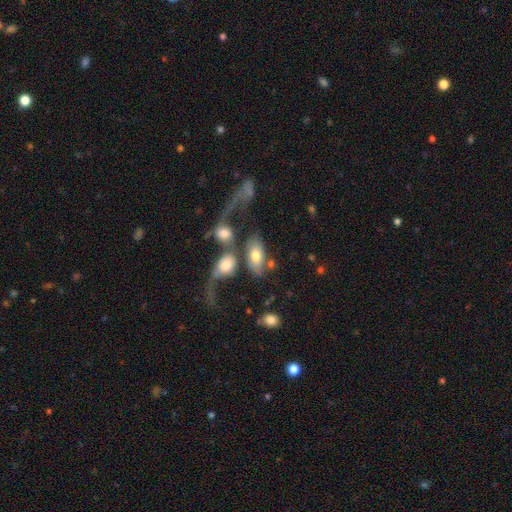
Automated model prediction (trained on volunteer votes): smooth-or-featured: smooth: 62% | featured or disk: 29% | star or artifact: 8%
  how-rounded: in between: 89% | round: 7% | cigar-shaped: 4%
  merging: merger: 51% | none: 23% | major disturbance: 16% | minor disturbance: 10%